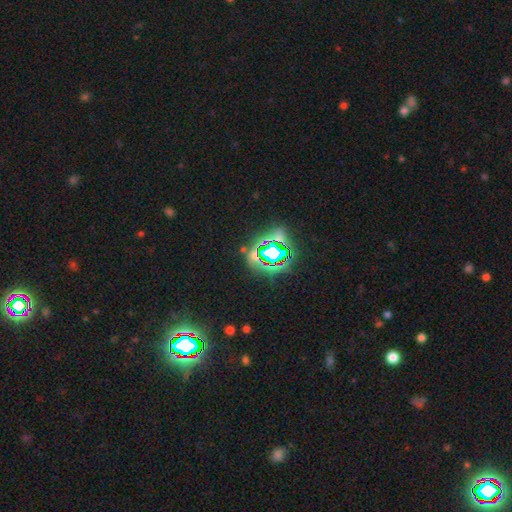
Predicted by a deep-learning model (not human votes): This is likely a star or artifact rather than a galaxy (74%).